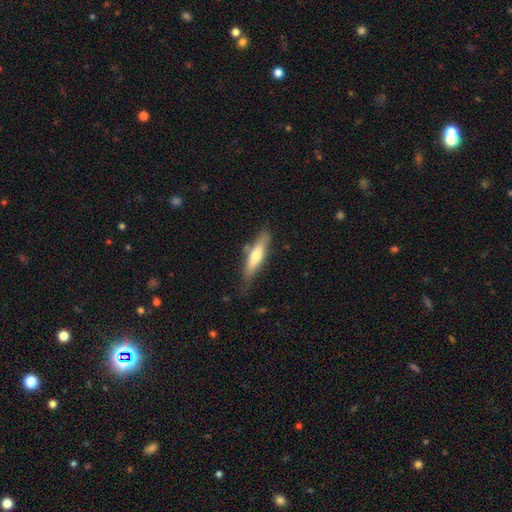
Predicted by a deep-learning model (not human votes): Smooth or featured: smooth — 59% (featured or disk — 35%)
How rounded: cigar-shaped — 75% (in between — 23%)
Merging: none — 70% (minor disturbance — 21%)